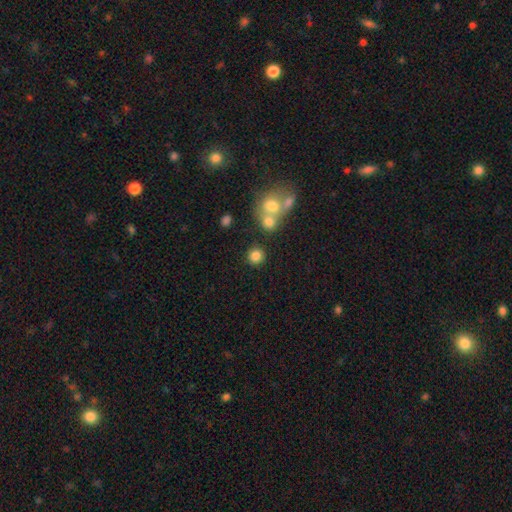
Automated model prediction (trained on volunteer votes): This is clearly a smooth galaxy (81%). How rounded: clearly round (91%). Merging: clearly none (80%).